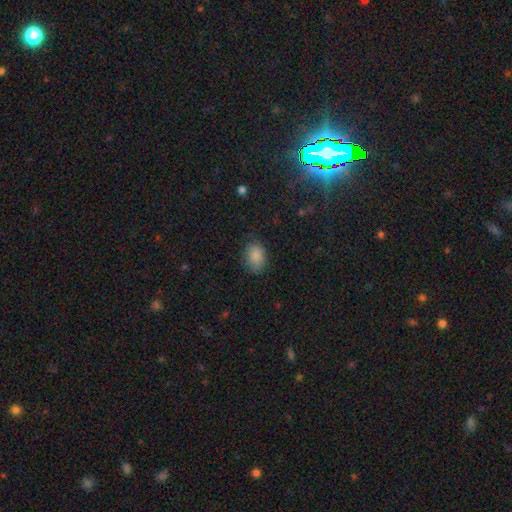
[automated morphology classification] Smooth or featured?
  - smooth: 86% *
  - star or artifact: 9%
  - featured or disk: 5%
How rounded?
  - in between: 69% *
  - round: 30%
  - cigar-shaped: 1%
Merging?
  - none: 76% *
  - minor disturbance: 18%
  - major disturbance: 5%
  - merger: 1%